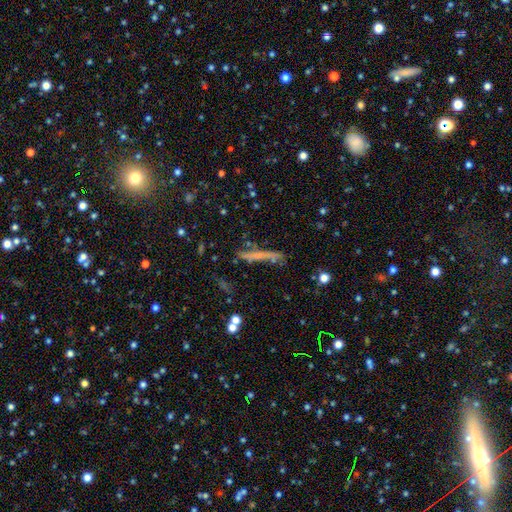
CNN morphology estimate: smooth-or-featured: smooth: 54% | featured or disk: 34% | star or artifact: 12%
  how-rounded: cigar-shaped: 93% | in between: 5% | round: 3%
  merging: none: 64% | minor disturbance: 22% | major disturbance: 9% | merger: 5%